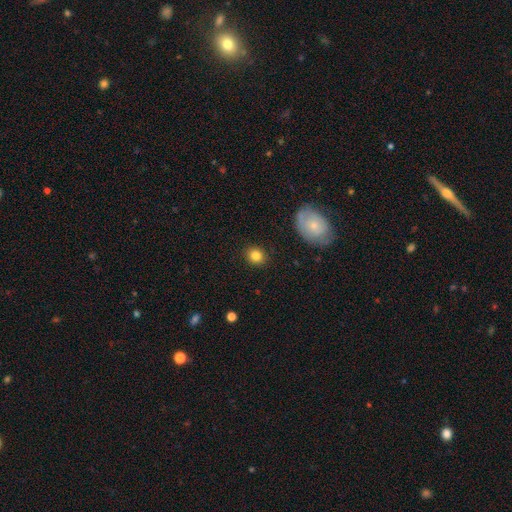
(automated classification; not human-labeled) Q: Smooth or featured?
A: smooth (83%); runner-up: star or artifact (10%)
Q: How rounded?
A: round (74%); runner-up: in between (25%)
Q: Merging?
A: none (89%); runner-up: minor disturbance (8%)